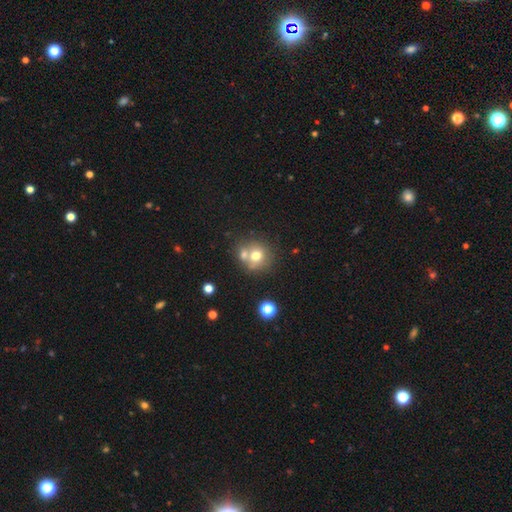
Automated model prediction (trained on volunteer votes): Smooth or featured?
  - smooth: 69% *
  - featured or disk: 18%
  - star or artifact: 13%
How rounded?
  - round: 85% *
  - in between: 14%
  - cigar-shaped: 1%
Merging?
  - none: 51% *
  - merger: 36%
  - minor disturbance: 10%
  - major disturbance: 4%